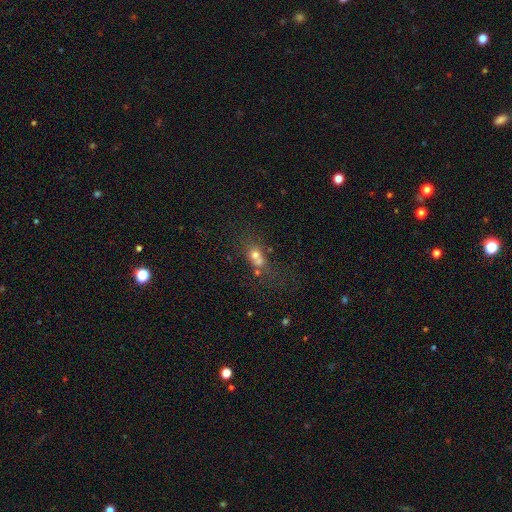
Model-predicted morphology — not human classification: A smooth galaxy with no disk features (60%) that is round (59%).

Vote fractions:
- Smooth or featured? smooth: 60% / featured or disk: 21% / star or artifact: 19%
- How rounded? round: 59% / in between: 36% / cigar-shaped: 4%
- Merging? merger: 48% / none: 32% / minor disturbance: 11% / major disturbance: 9%